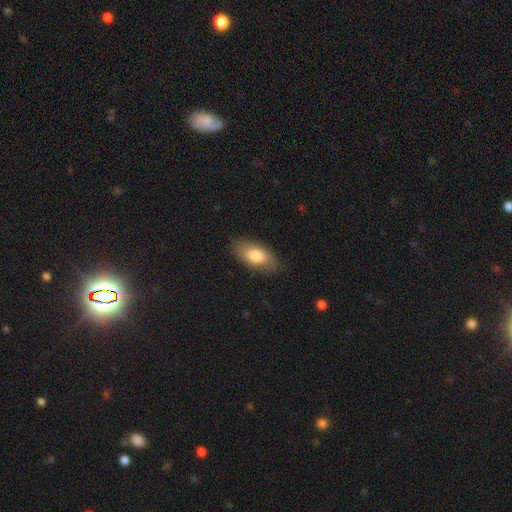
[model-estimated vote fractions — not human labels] Q: Smooth or featured?
A: smooth (76%); runner-up: featured or disk (18%)
Q: How rounded?
A: in between (91%); runner-up: cigar-shaped (6%)
Q: Merging?
A: none (83%); runner-up: minor disturbance (13%)